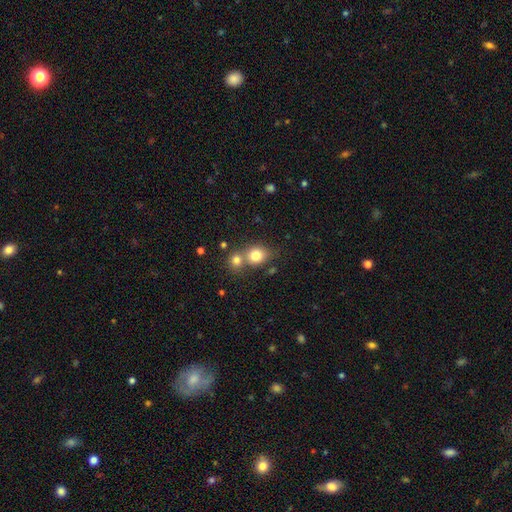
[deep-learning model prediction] A smooth galaxy with no disk features (80%) that is round (70%). Merging: none (47%).